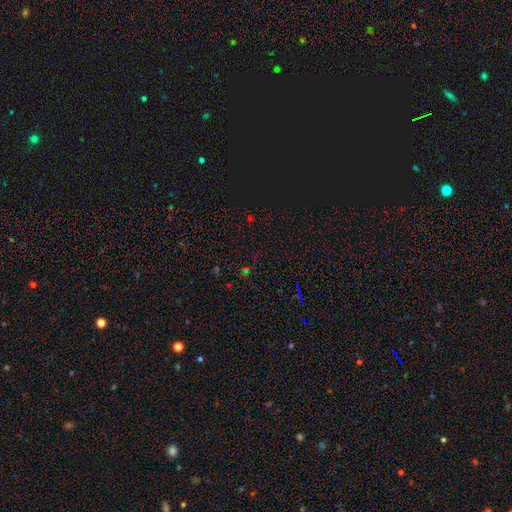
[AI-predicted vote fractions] smooth-or-featured: star or artifact: 69% | smooth: 22% | featured or disk: 10%